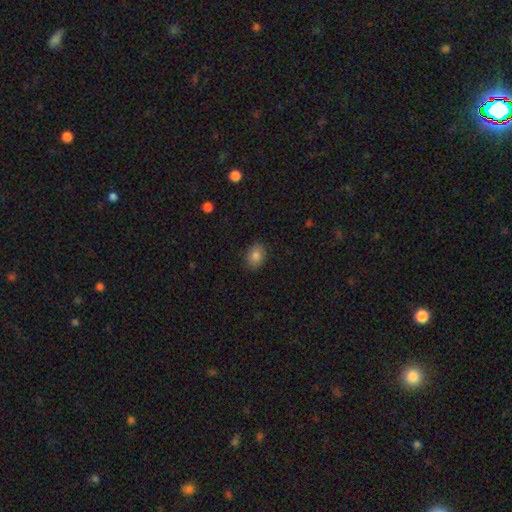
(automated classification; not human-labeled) Smooth or featured? Predicted: smooth (p=0.85). How rounded? Predicted: in between (p=0.65). Merging? Predicted: none (p=0.86).